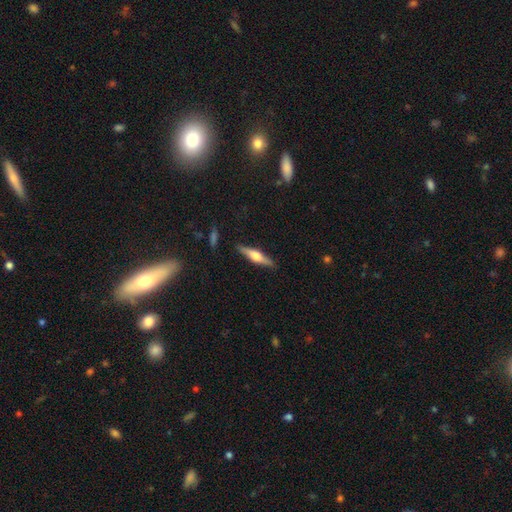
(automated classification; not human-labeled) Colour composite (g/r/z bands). It shows a featured or disk galaxy (59%) viewed edge-on (96%) with a rounded central bulge (89%). Merging: none (89%).